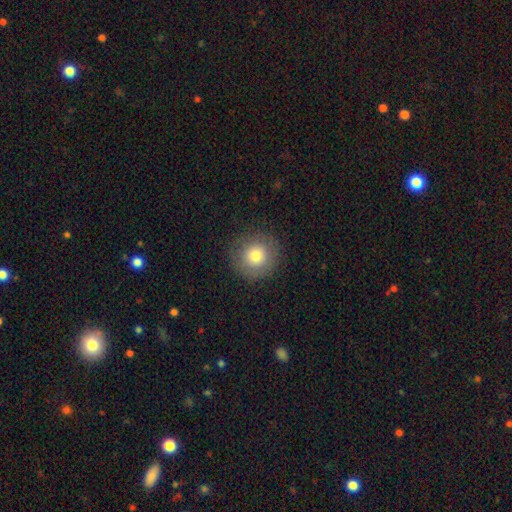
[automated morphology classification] Smooth or featured: smooth — 78% (featured or disk — 12%)
How rounded: round — 94% (in between — 5%)
Merging: none — 88% (minor disturbance — 8%)